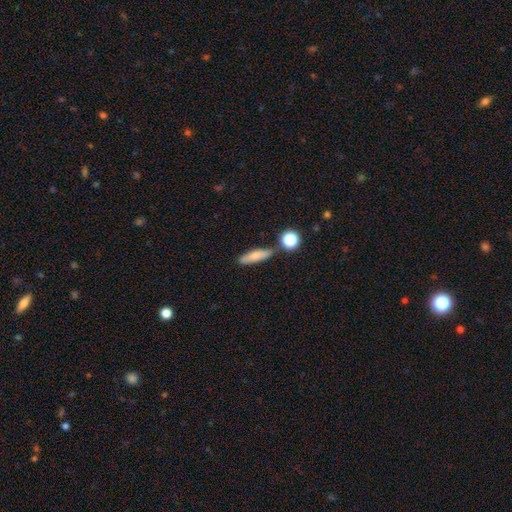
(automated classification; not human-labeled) Q: Smooth or featured?
A: smooth (76%); runner-up: featured or disk (15%)
Q: How rounded?
A: cigar-shaped (61%); runner-up: in between (34%)
Q: Merging?
A: none (76%); runner-up: minor disturbance (13%)